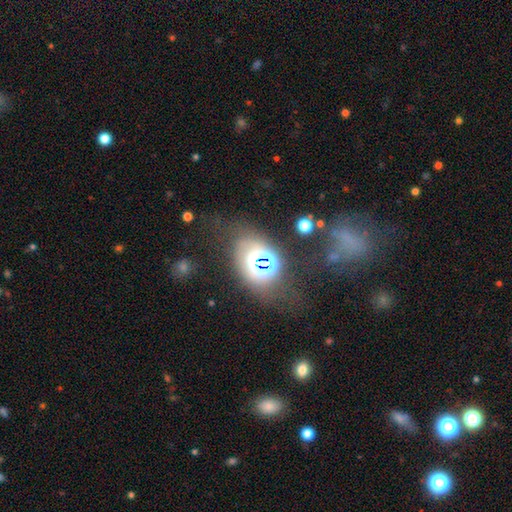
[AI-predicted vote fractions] Morphology: type=smooth (43%); merging=none (57%).